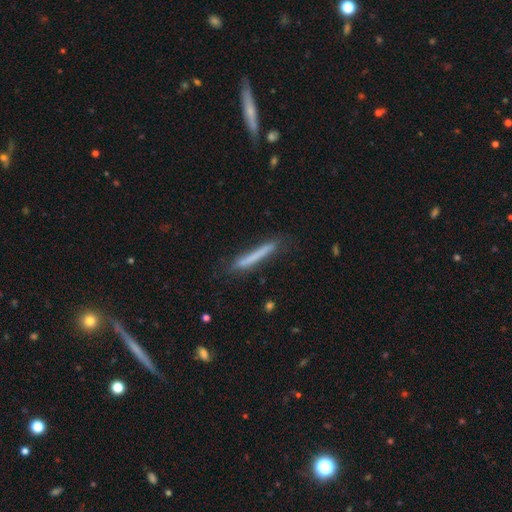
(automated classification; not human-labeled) A smooth galaxy with no disk features (67%) that is cigar-shaped (96%). Merging: none (79%).